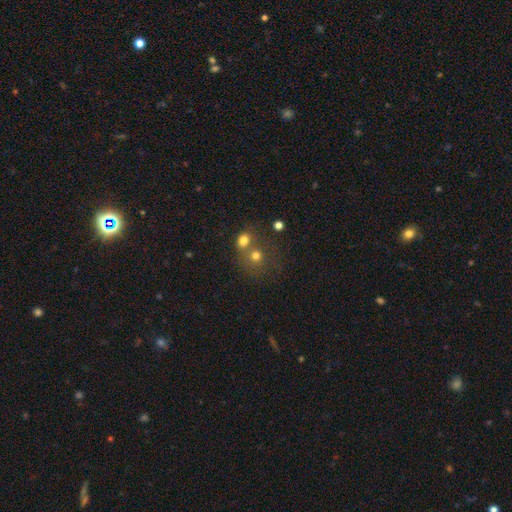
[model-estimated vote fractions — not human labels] Smooth or featured? smooth (72%)
How rounded? round (81%)
Merging? none (45%)